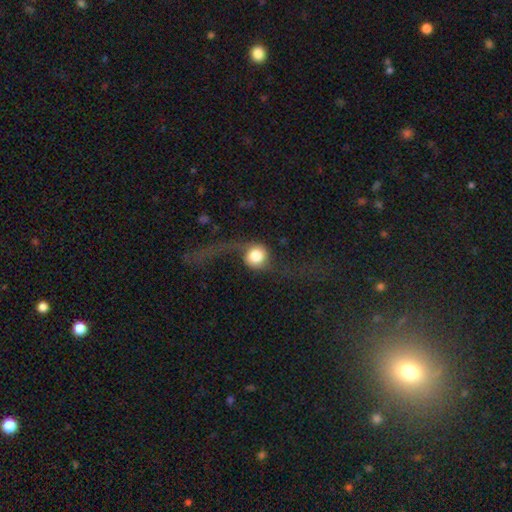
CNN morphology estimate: Smooth or featured: smooth — 54% (featured or disk — 37%)
How rounded: round — 90% (in between — 8%)
Merging: none — 40% (tied with major disturbance — 40%)